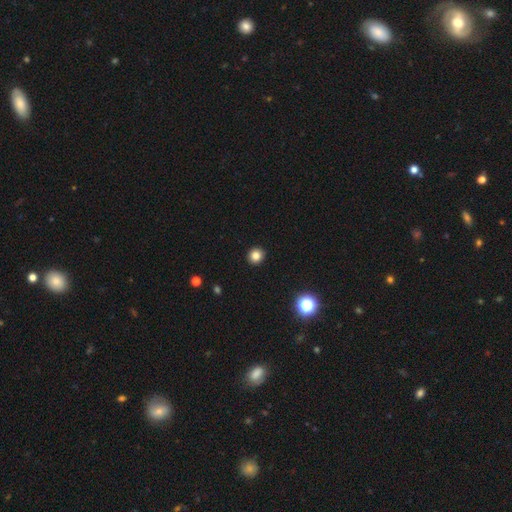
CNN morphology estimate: A smooth galaxy with no disk features (82%) that is round (89%).

Vote fractions:
- Smooth or featured? smooth: 82% / star or artifact: 13% / featured or disk: 5%
- How rounded? round: 89% / in between: 10% / cigar-shaped: 1%
- Merging? none: 93% / minor disturbance: 5% / major disturbance: 2% / merger: 1%